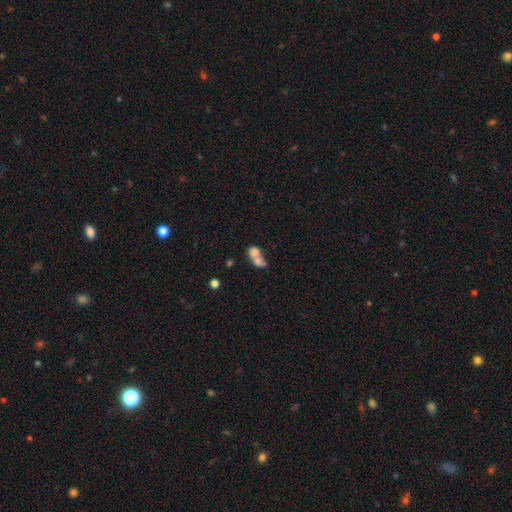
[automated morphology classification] smooth 62%, featured or disk 27%, star or artifact 11%. Down the decision tree: how rounded — in between (70%); merging — merger (69%).